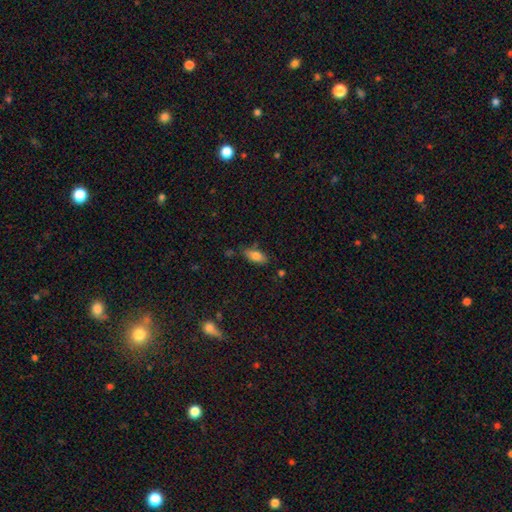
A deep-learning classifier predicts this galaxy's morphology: Q: Smooth or featured?
A: smooth (80%); runner-up: featured or disk (12%)
Q: How rounded?
A: in between (84%); runner-up: cigar-shaped (14%)
Q: Merging?
A: none (69%); runner-up: minor disturbance (22%)